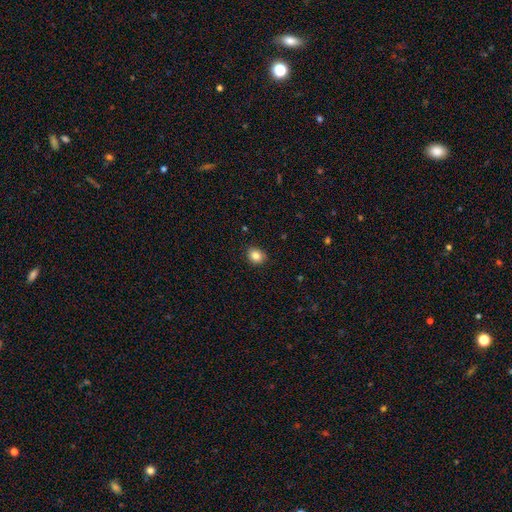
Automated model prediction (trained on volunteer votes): smooth_or_featured: smooth (p=0.84) [alt: star or artifact p=0.10]
how_rounded: round (p=0.61) [alt: in between p=0.38]
merging: none (p=0.89) [alt: minor disturbance p=0.08]